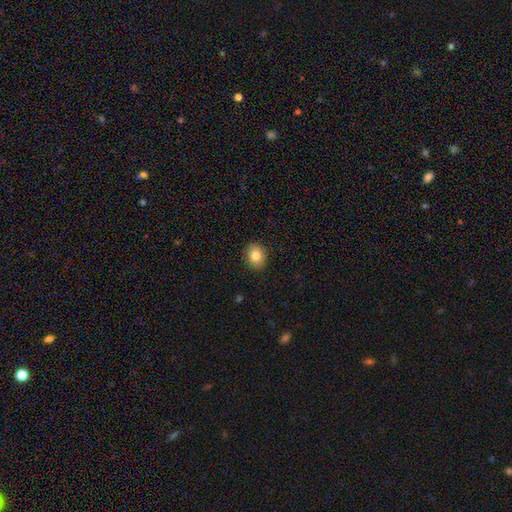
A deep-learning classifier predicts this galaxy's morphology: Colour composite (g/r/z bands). It shows a smooth galaxy with no disk features (83%) that is round (55%). Merging: none (90%).